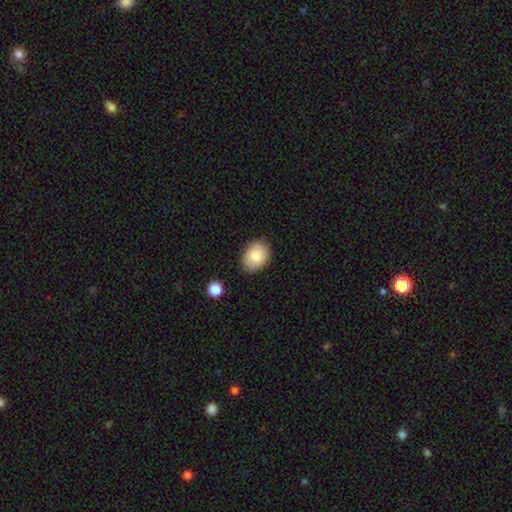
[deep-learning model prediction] smooth-or-featured: smooth: 81% | featured or disk: 11% | star or artifact: 8%
  how-rounded: in between: 66% | round: 33% | cigar-shaped: 1%
  merging: none: 84% | minor disturbance: 12% | major disturbance: 2% | merger: 2%